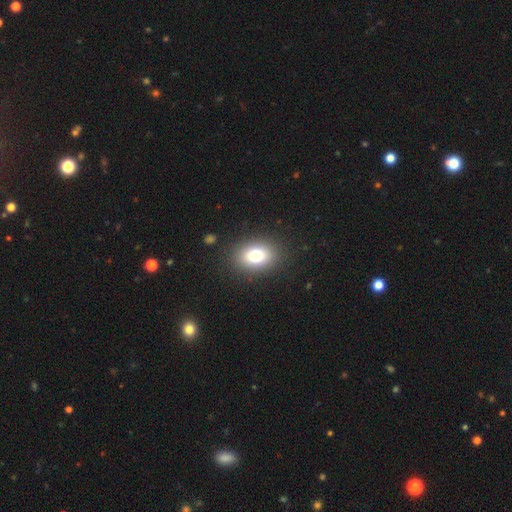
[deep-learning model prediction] The model was most divided on "how rounded": in between: 72%, round: 27%, cigar-shaped: 1%. More confident: merging — none (88%); smooth or featured — smooth (76%).